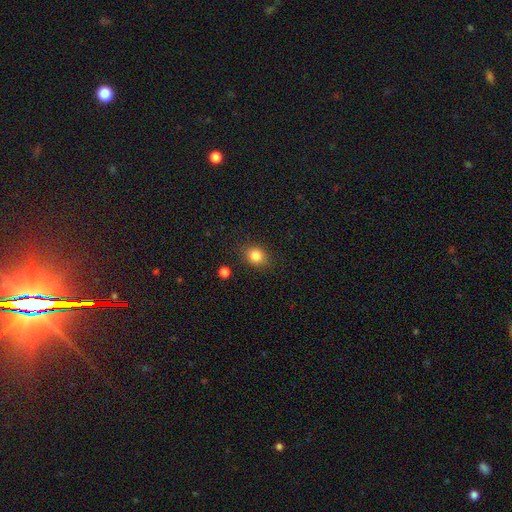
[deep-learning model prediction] This is clearly a smooth galaxy (83%). How rounded: possibly round (60%). Merging: clearly none (84%).